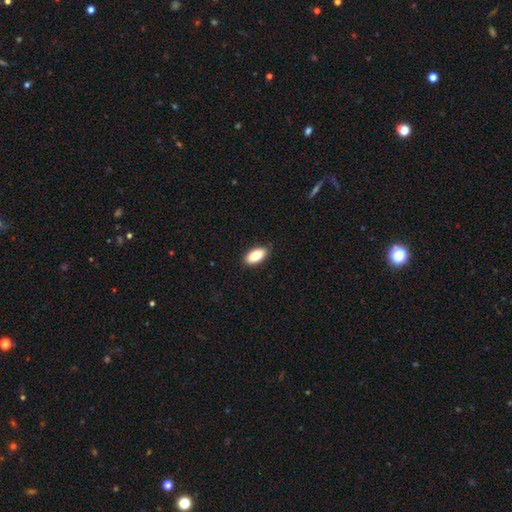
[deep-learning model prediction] Morphology: type=smooth (83%); roundness=in between (92%); merging=none (89%).